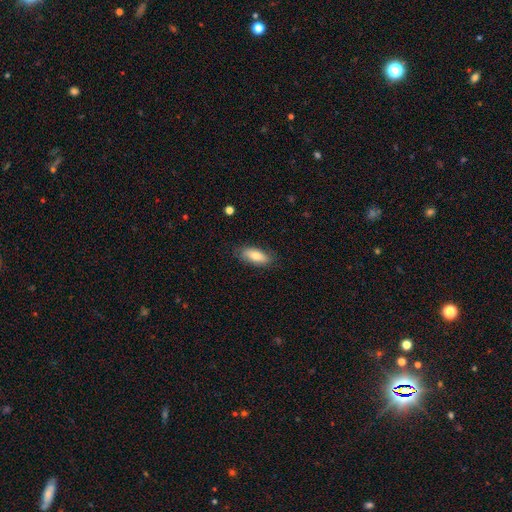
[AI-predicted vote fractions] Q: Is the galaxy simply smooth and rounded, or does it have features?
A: smooth — 77%.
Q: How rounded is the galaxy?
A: in between — 78%.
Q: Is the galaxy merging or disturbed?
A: none — 82%.